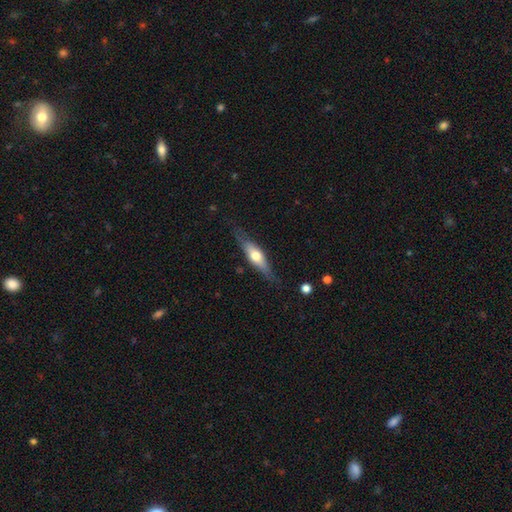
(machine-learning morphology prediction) featured or disk 51%, smooth 44%, star or artifact 6%. Down the decision tree: edge-on disk — yes (85%); merging — none (77%).